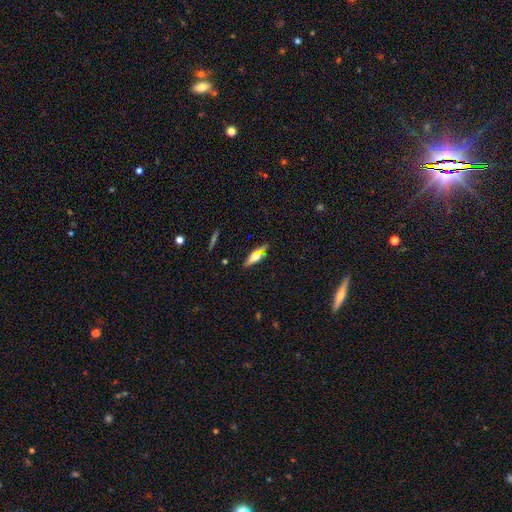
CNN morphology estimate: This is possibly a featured or disk galaxy (46%). Merging: likely none (77%).